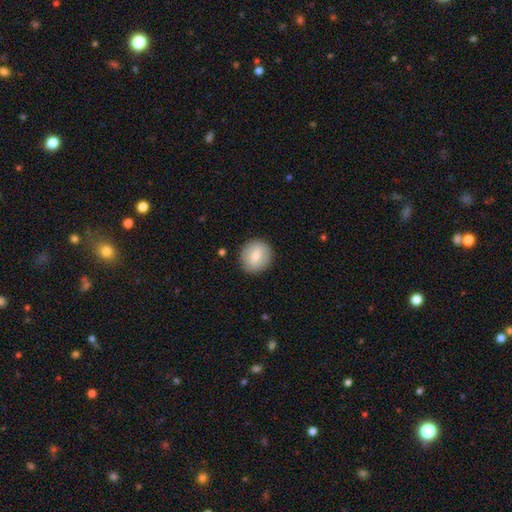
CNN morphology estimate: smooth 75%, featured or disk 18%, star or artifact 7%. Down the decision tree: how rounded — round (86%); merging — none (88%).